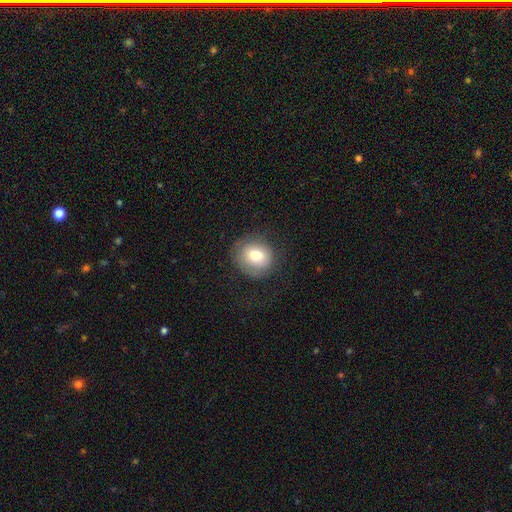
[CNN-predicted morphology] Smooth or featured?
  - smooth: 75% *
  - featured or disk: 15%
  - star or artifact: 9%
How rounded?
  - round: 79% *
  - in between: 20%
  - cigar-shaped: 1%
Merging?
  - none: 74% *
  - minor disturbance: 16%
  - major disturbance: 8%
  - merger: 1%